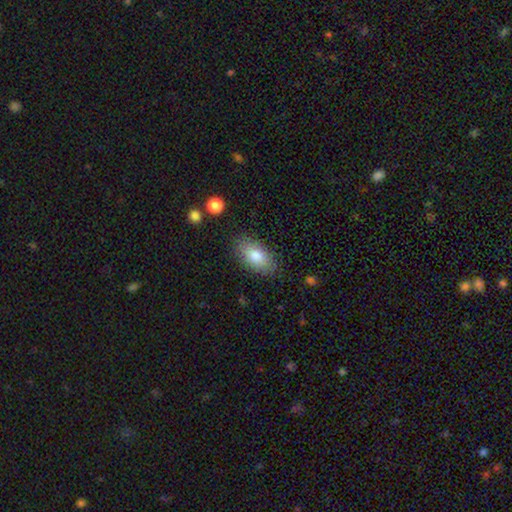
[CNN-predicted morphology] A smooth galaxy with no disk features (81%) that is in between round and cigar-shaped (92%). Merging: none (82%).